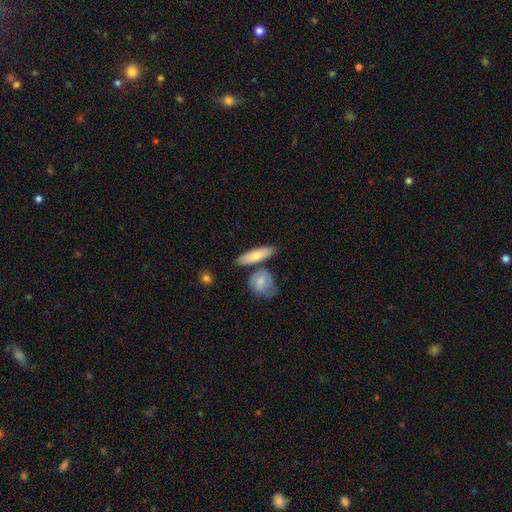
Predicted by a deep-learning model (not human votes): smooth-or-featured: smooth: 72% | featured or disk: 23% | star or artifact: 5%
  how-rounded: cigar-shaped: 50% | in between: 45% | round: 4%
  merging: none: 66% | merger: 18% | minor disturbance: 13% | major disturbance: 3%